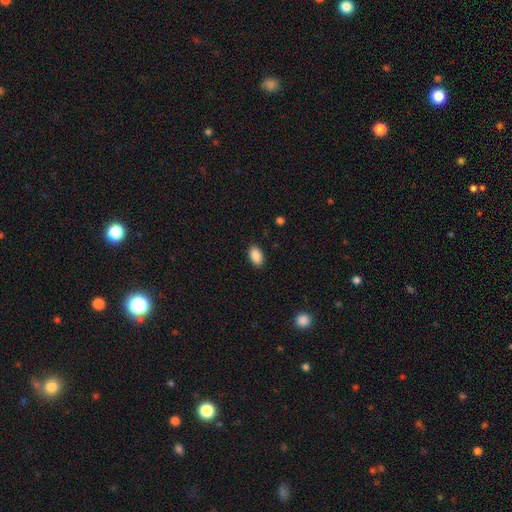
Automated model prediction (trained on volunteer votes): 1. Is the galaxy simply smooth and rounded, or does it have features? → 89% smooth, 8% star or artifact, 3% featured or disk.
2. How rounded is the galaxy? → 92% in between, 6% round, 2% cigar-shaped.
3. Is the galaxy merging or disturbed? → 88% none, 9% minor disturbance, 2% major disturbance, 1% merger.